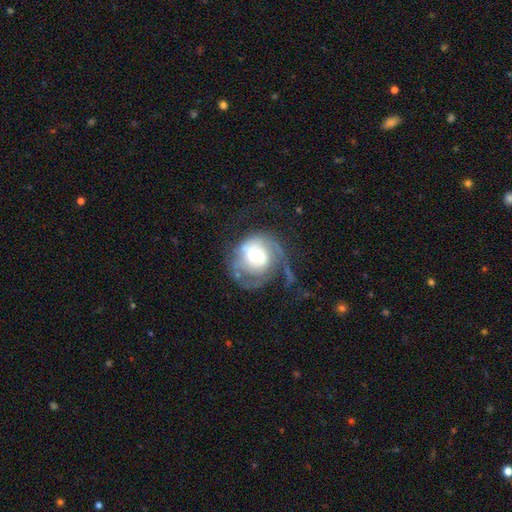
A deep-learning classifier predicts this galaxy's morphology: Q: Smooth or featured?
A: featured or disk (72%); runner-up: smooth (21%)
Q: Edge-on disk?
A: no (97%); runner-up: yes (3%)
Q: Bar?
A: no (70%); runner-up: weak (25%)
Q: Spiral arms?
A: yes (84%); runner-up: no (16%)
Q: Spiral winding?
A: tight (47%); runner-up: medium (34%)
Q: Spiral arm count?
A: 2 (41%); runner-up: can't tell (28%)
Q: Bulge size?
A: moderate (37%); runner-up: small (36%)
Q: Merging?
A: major disturbance (38%); runner-up: none (37%)